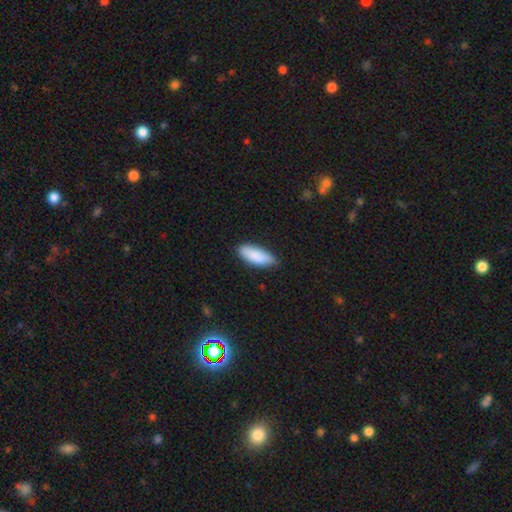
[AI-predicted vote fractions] Overall: smooth (88%). How rounded: in between (71%). Merging: none (80%).